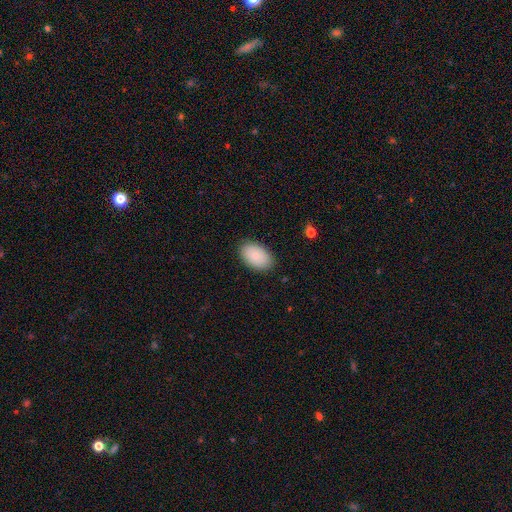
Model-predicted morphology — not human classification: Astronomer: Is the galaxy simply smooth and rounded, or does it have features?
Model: smooth — 85%.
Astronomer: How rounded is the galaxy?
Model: in between — 92%.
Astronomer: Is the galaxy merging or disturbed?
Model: none — 87%.